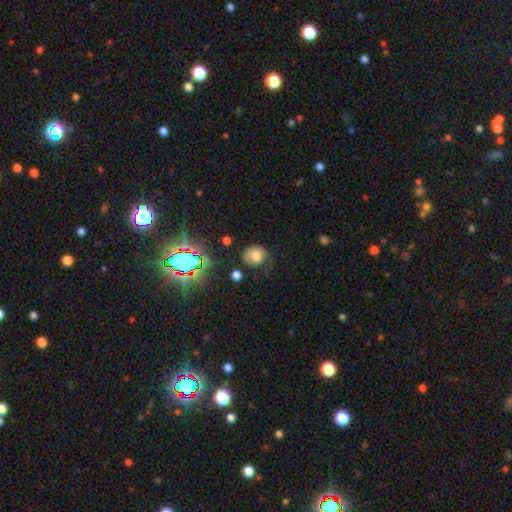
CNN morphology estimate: smooth 73%, star or artifact 14%, featured or disk 12%. Down the decision tree: how rounded — round (73%); merging — none (53%).